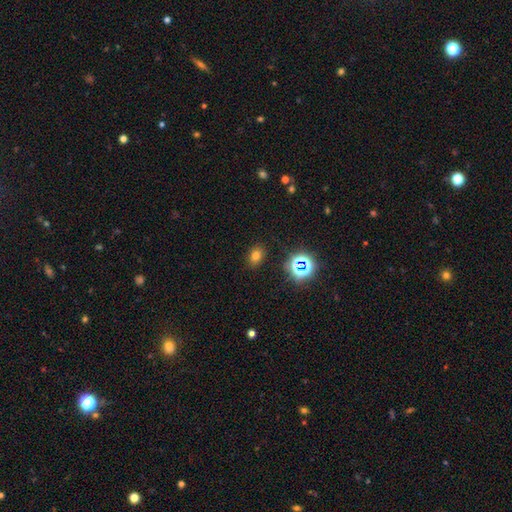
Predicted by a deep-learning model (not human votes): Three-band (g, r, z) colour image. It shows a smooth galaxy with no disk features (71%) that is in between round and cigar-shaped (67%). Merging: none (86%).